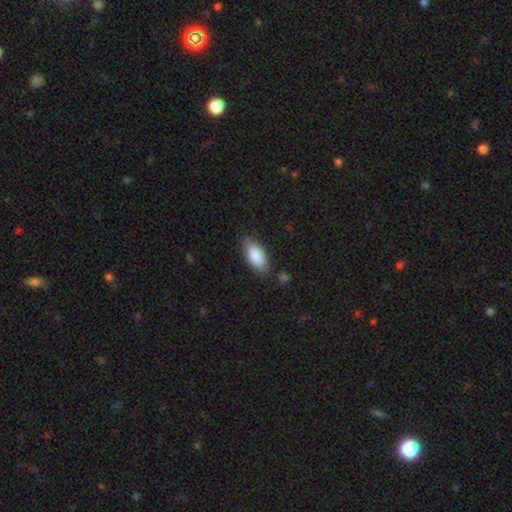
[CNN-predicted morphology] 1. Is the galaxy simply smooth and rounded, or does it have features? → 89% smooth, 6% star or artifact, 5% featured or disk.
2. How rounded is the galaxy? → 93% in between, 5% cigar-shaped, 2% round.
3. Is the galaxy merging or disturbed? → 80% none, 14% minor disturbance, 3% major disturbance, 2% merger.